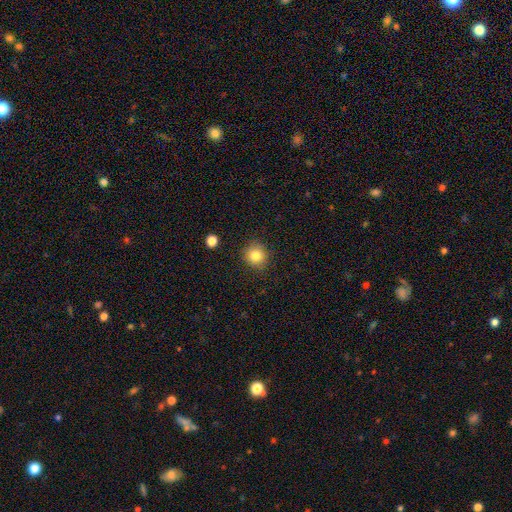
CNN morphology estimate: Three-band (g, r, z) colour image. It shows a smooth galaxy with no disk features (81%) that is round (91%). Merging: none (89%).